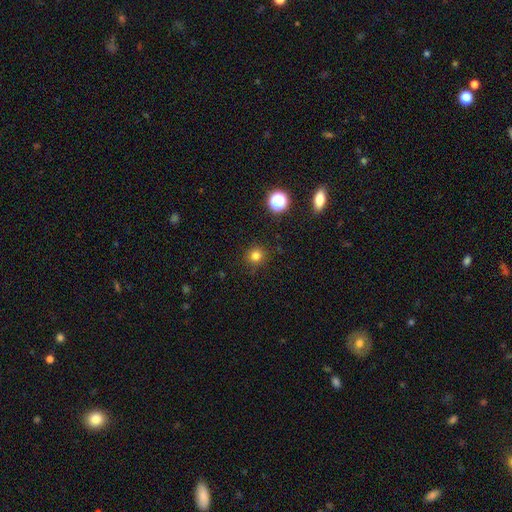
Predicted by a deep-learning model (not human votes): This is clearly a smooth galaxy (80%). How rounded: clearly round (93%). Merging: clearly none (90%).